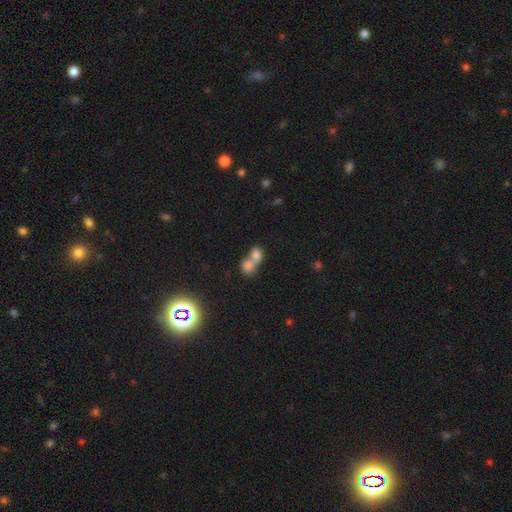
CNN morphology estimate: Smooth or featured: smooth — 76% (featured or disk — 13%)
How rounded: round — 51% (in between — 47%)
Merging: merger — 73% (none — 19%)